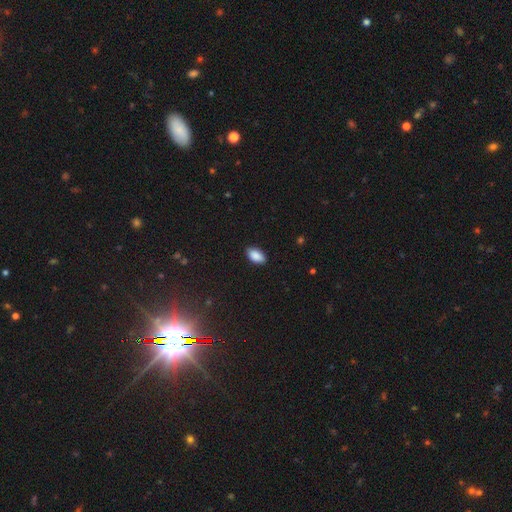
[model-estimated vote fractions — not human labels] This appears to be a smooth galaxy with no disk features (89%) that is in between round and cigar-shaped (94%). Merging: none (88%).